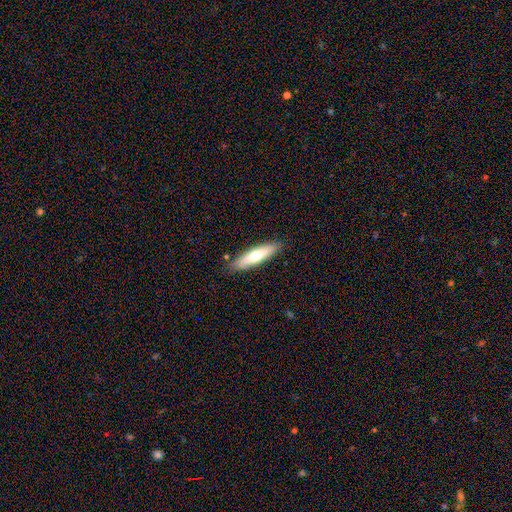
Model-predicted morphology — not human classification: This is likely a smooth galaxy (62%). How rounded: likely cigar-shaped (71%). Merging: clearly none (86%).